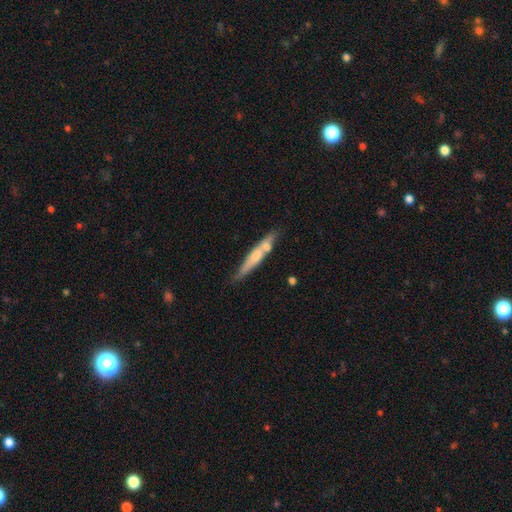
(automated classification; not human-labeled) smooth 49%, featured or disk 45%, star or artifact 6%. Down the decision tree: merging — none (65%).